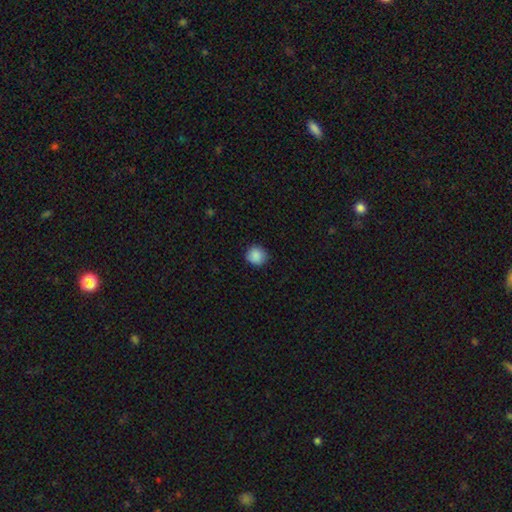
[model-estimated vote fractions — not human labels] Smooth or featured?
  - smooth: 89% *
  - star or artifact: 8%
  - featured or disk: 3%
How rounded?
  - round: 90% *
  - in between: 9%
  - cigar-shaped: 1%
Merging?
  - none: 89% *
  - minor disturbance: 8%
  - major disturbance: 2%
  - merger: 1%